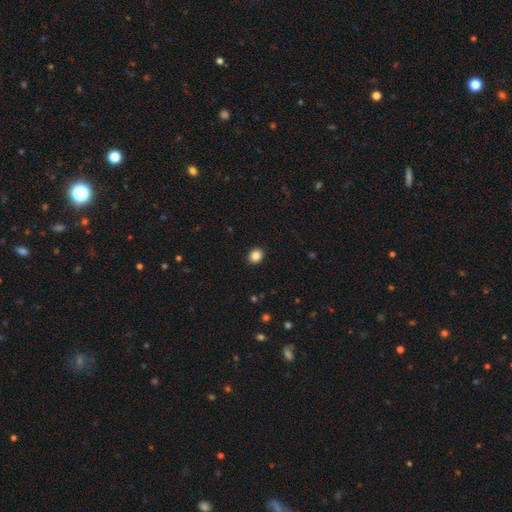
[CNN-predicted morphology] This is clearly a smooth galaxy (85%). How rounded: likely round (67%). Merging: clearly none (91%).